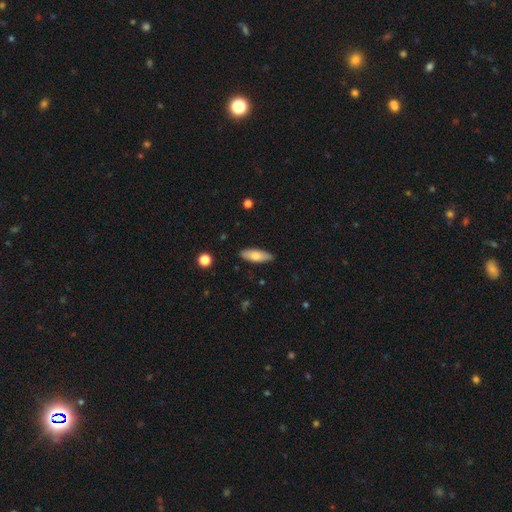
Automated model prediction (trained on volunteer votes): A smooth galaxy with no disk features (73%) that is in between round and cigar-shaped (65%). Merging: none (85%).